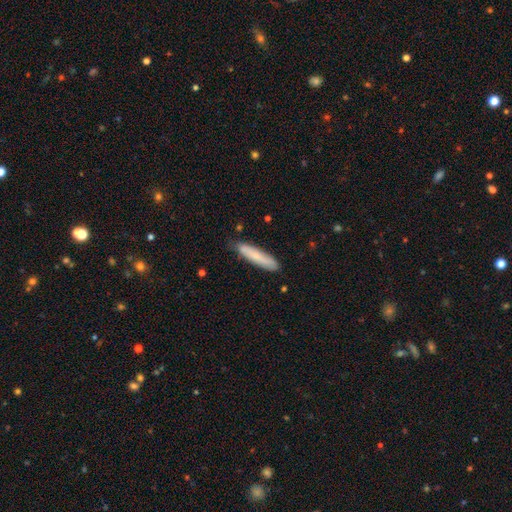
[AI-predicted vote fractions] Smooth or featured? Predicted: smooth (p=0.73). How rounded? Predicted: cigar-shaped (p=0.87). Merging? Predicted: none (p=0.80).